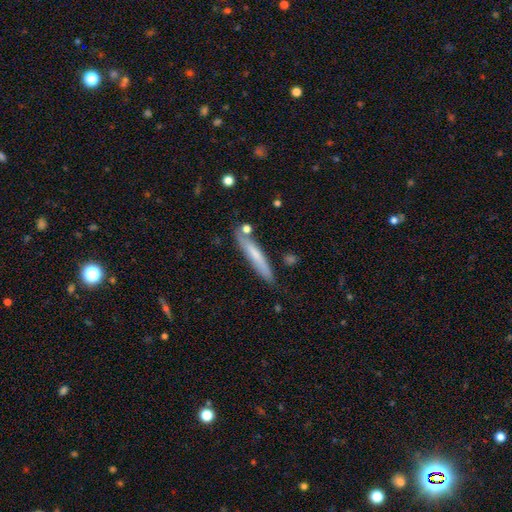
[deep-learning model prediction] Overall: smooth (59%; featured or disk 34%). How rounded: cigar-shaped (93%). Merging: none (78%).